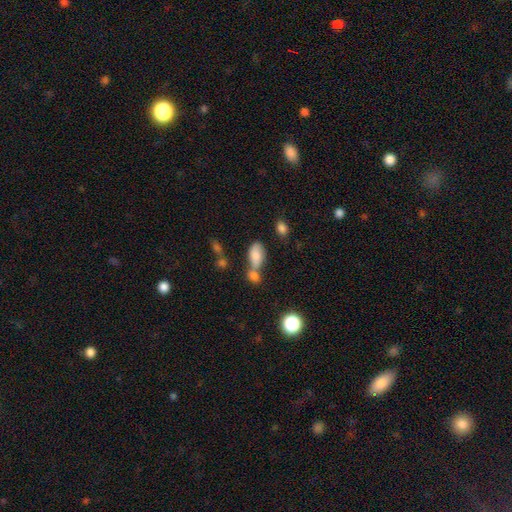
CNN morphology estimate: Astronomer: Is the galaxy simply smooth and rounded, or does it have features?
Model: smooth — 78%.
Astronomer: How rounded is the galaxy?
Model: in between — 89%.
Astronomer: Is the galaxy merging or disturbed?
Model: merger — 52% (runner-up: none, 29%).